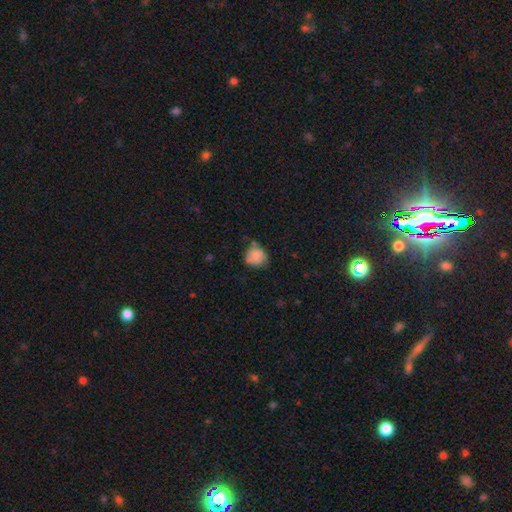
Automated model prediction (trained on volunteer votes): Q: Smooth or featured?
A: smooth (83%); runner-up: featured or disk (9%)
Q: How rounded?
A: round (78%); runner-up: in between (22%)
Q: Merging?
A: none (56%); runner-up: minor disturbance (30%)